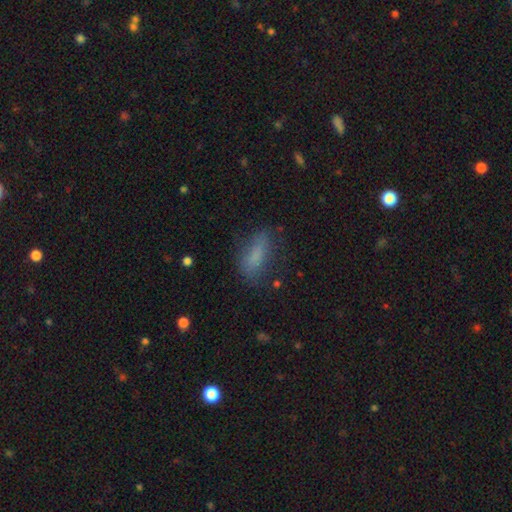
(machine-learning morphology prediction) A smooth galaxy with no disk features (76%) that is in between round and cigar-shaped (69%).

Vote fractions:
- Smooth or featured? smooth: 76% / featured or disk: 13% / star or artifact: 11%
- How rounded? in between: 69% / cigar-shaped: 28% / round: 4%
- Merging? none: 65% / minor disturbance: 22% / major disturbance: 11% / merger: 2%